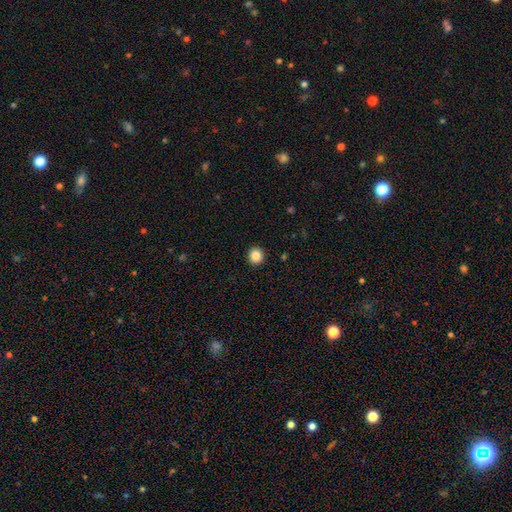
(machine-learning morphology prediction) A smooth galaxy with no disk features (86%) that is round (90%). Merging: none (93%).